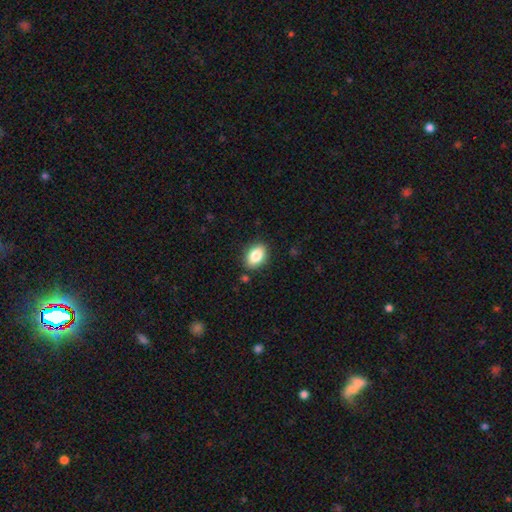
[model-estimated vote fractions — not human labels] Overall: smooth (84%). How rounded: in between (83%). Merging: none (87%).